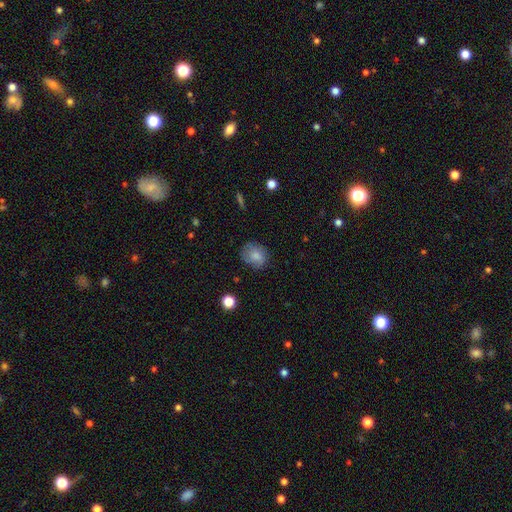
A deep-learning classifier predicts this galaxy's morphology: Overall: smooth (78%). How rounded: round (67%; in between 32%). Merging: none (70%).